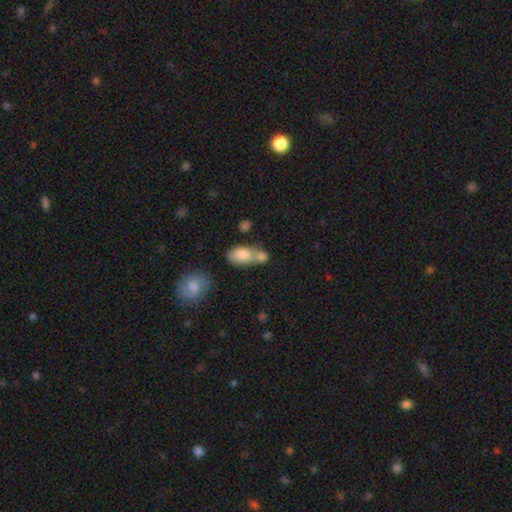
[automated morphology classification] Smooth or featured?
  - smooth: 79% *
  - featured or disk: 13%
  - star or artifact: 8%
How rounded?
  - in between: 82% *
  - round: 12%
  - cigar-shaped: 5%
Merging?
  - merger: 55% *
  - none: 28%
  - minor disturbance: 11%
  - major disturbance: 5%